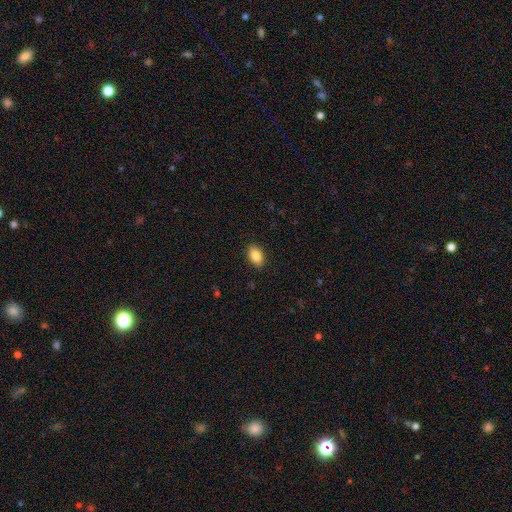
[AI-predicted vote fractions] This appears to be a smooth galaxy with no disk features (87%) that is in between round and cigar-shaped (90%). Merging: none (89%).